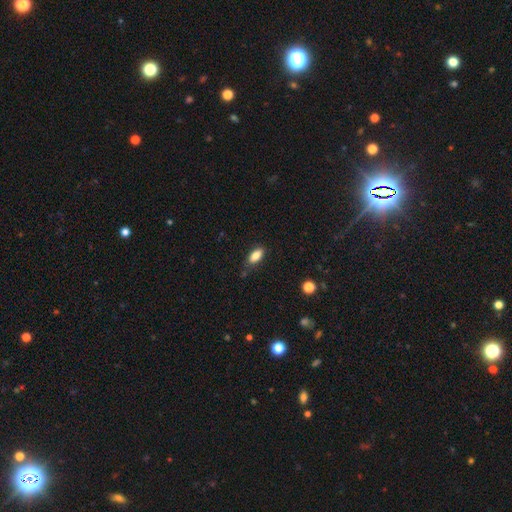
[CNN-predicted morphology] This appears to be a smooth galaxy with no disk features (84%) that is in between round and cigar-shaped (85%). Merging: none (78%).